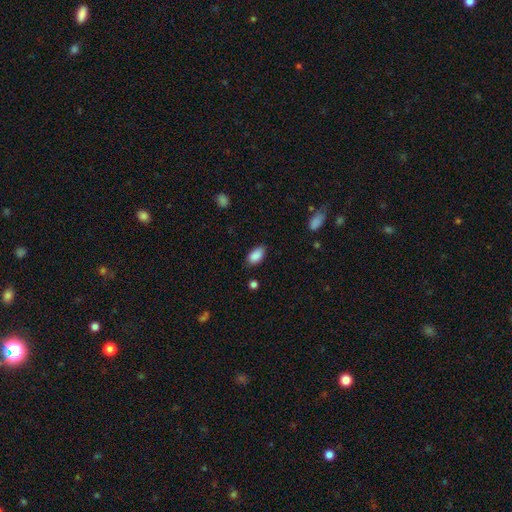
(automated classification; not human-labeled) smooth_or_featured: smooth (p=0.89) [alt: star or artifact p=0.07]
how_rounded: in between (p=0.92) [alt: round p=0.06]
merging: none (p=0.77) [alt: minor disturbance p=0.18]